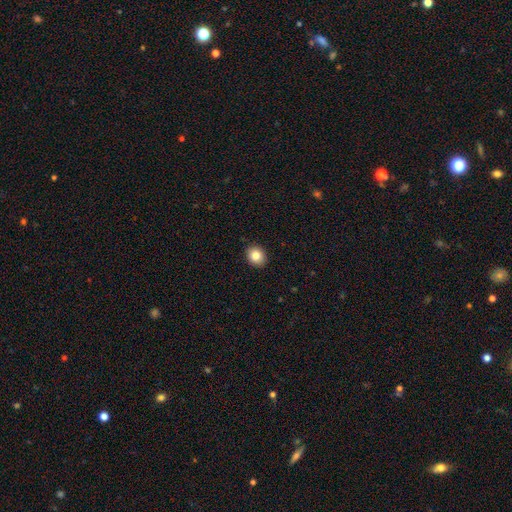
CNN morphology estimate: smooth 83%, star or artifact 10%, featured or disk 7%. Down the decision tree: how rounded — round (67%); merging — none (91%).